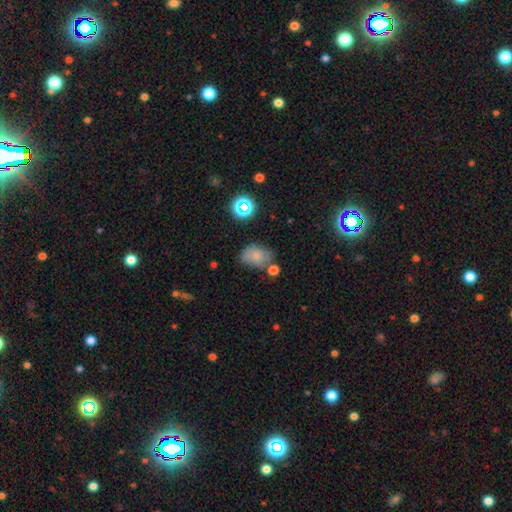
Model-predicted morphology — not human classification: Smooth or featured? smooth (74%)
How rounded? in between (74%)
Merging? none (56%)